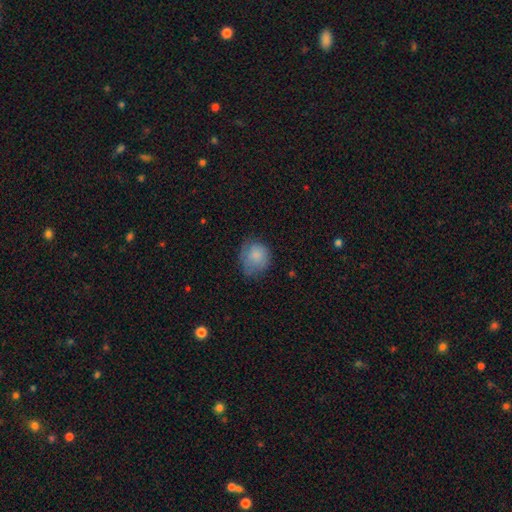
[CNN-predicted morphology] A smooth galaxy with no disk features (79%) that is round (76%).

Vote fractions:
- Smooth or featured? smooth: 79% / featured or disk: 14% / star or artifact: 8%
- How rounded? round: 76% / in between: 24% / cigar-shaped: 1%
- Merging? none: 56% / minor disturbance: 32% / major disturbance: 11% / merger: 1%